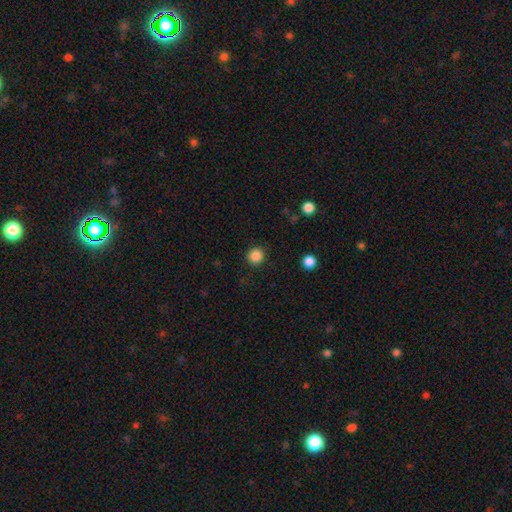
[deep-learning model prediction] Smooth or featured? smooth (86%)
How rounded? round (91%)
Merging? none (90%)